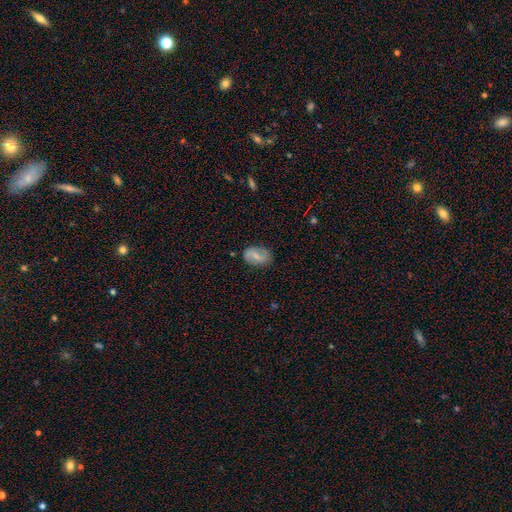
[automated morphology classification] A featured or disk galaxy (49%).

Vote fractions:
- Smooth or featured? featured or disk: 49% / smooth: 44% / star or artifact: 8%
- Merging? none: 78% / minor disturbance: 16% / major disturbance: 4% / merger: 2%